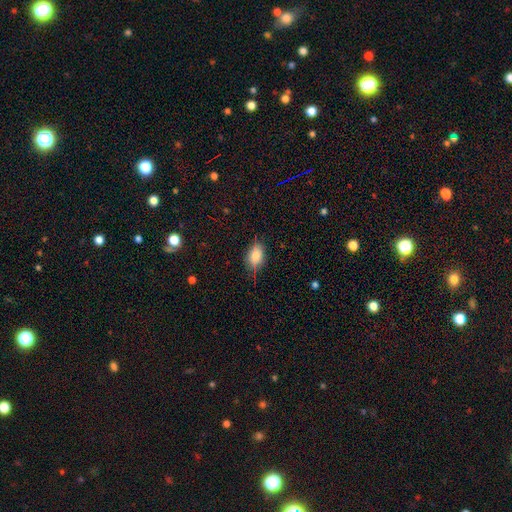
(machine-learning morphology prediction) A smooth galaxy with no disk features (83%) that is in between round and cigar-shaped (87%).

Vote fractions:
- Smooth or featured? smooth: 83% / featured or disk: 9% / star or artifact: 8%
- How rounded? in between: 87% / round: 10% / cigar-shaped: 3%
- Merging? none: 67% / minor disturbance: 26% / major disturbance: 6% / merger: 1%